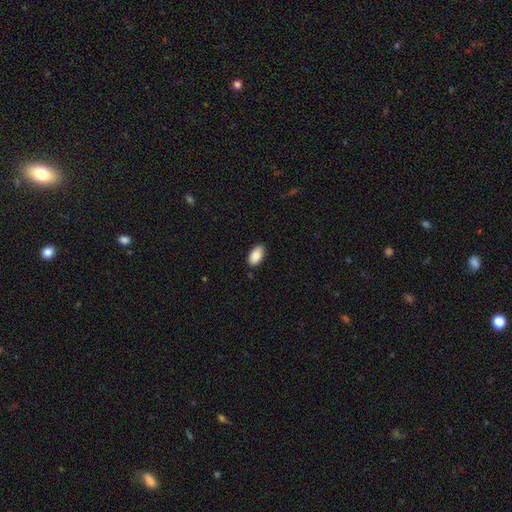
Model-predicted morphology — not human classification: Smooth or featured: smooth — 89% (star or artifact — 7%)
How rounded: in between — 95% (round — 3%)
Merging: none — 83% (minor disturbance — 14%)